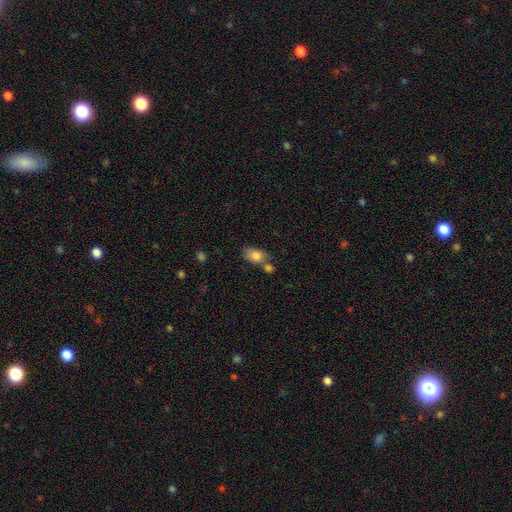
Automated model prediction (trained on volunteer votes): The model was most divided on "merging": none: 48%, merger: 29%, minor disturbance: 17%, major disturbance: 6%. More confident: how rounded — in between (82%); smooth or featured — smooth (82%).